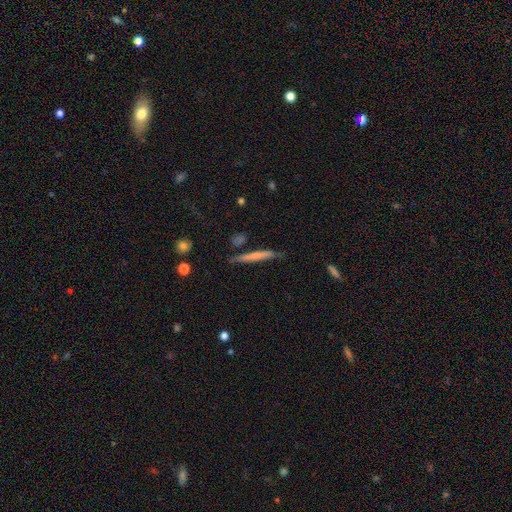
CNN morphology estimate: Overall: smooth (57%; featured or disk 37%). How rounded: cigar-shaped (95%). Merging: none (80%).